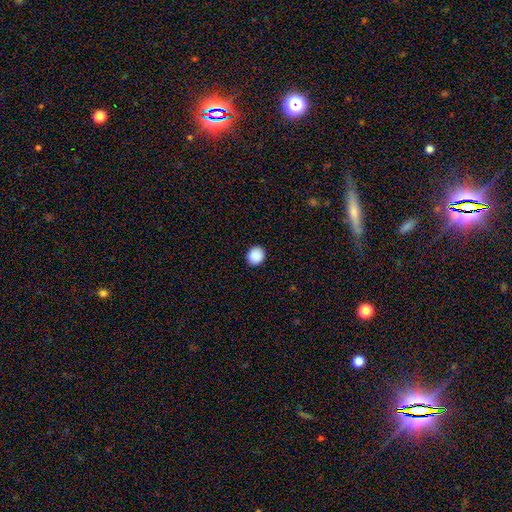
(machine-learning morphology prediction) smooth_or_featured: smooth (p=0.90) [alt: star or artifact p=0.08]
how_rounded: round (p=0.87) [alt: in between p=0.12]
merging: none (p=0.92) [alt: minor disturbance p=0.05]